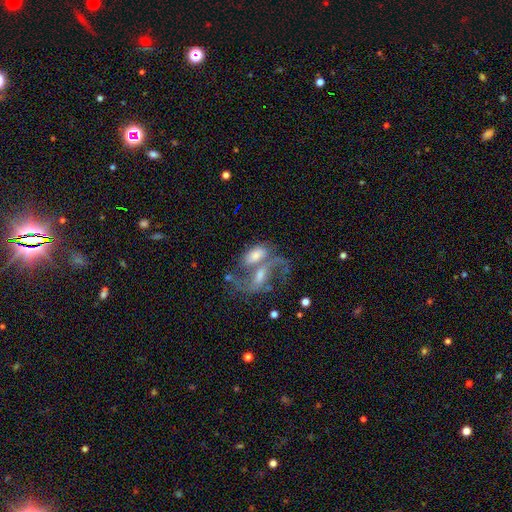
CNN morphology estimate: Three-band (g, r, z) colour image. It shows a featured or disk galaxy (62%) with no bar (40%), spiral arms (72%) and a moderate central bulge (39%). Merging: merger (56%).